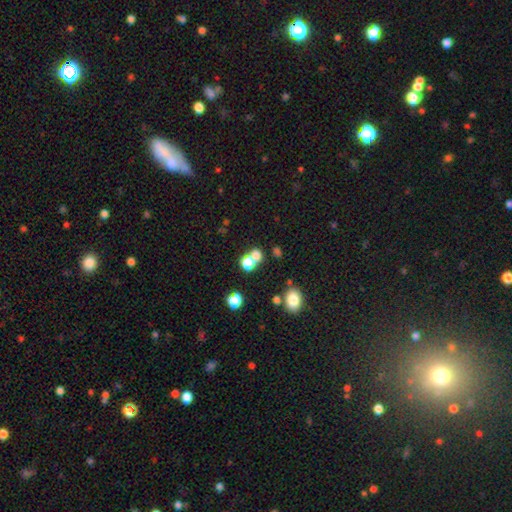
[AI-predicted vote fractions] smooth-or-featured: smooth: 68% | star or artifact: 23% | featured or disk: 9%
  how-rounded: round: 69% | in between: 30% | cigar-shaped: 1%
  merging: none: 51% | merger: 36% | minor disturbance: 8% | major disturbance: 5%